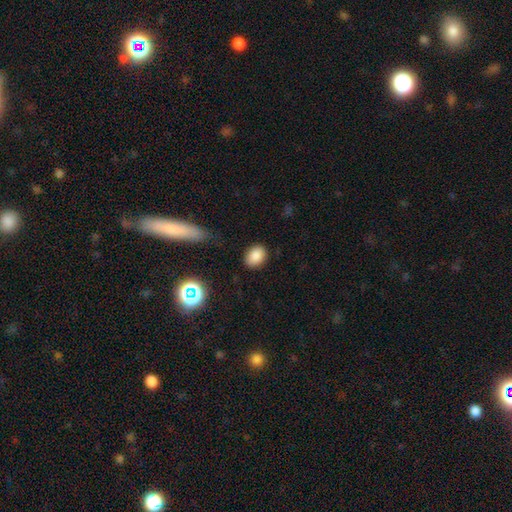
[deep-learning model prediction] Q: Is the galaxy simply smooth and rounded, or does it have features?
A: smooth — 85%.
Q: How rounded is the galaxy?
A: in between — 65%.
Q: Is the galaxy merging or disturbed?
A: none — 85%.